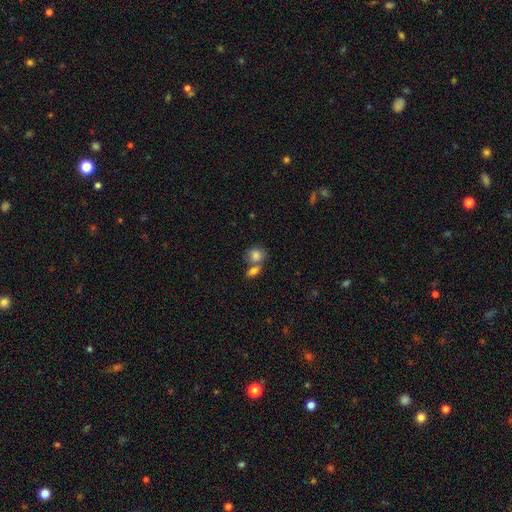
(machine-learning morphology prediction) The model was most divided on "merging": merger: 45%, none: 40%, minor disturbance: 10%, major disturbance: 4%. More confident: smooth or featured — smooth (83%); how rounded — round (56%).